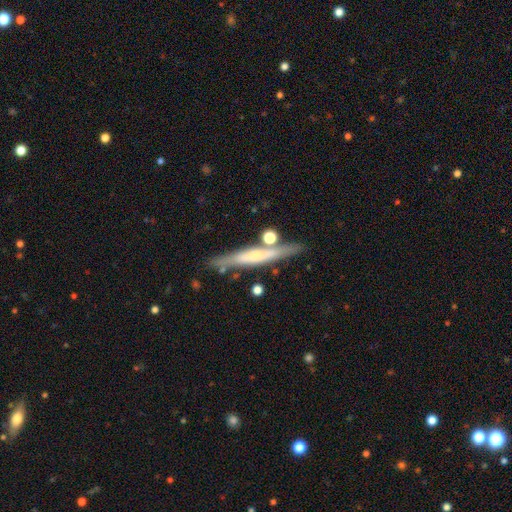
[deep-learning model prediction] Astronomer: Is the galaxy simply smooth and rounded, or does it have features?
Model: featured or disk — 53% (runner-up: smooth, 40%).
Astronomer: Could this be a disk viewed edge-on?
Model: yes — 94%.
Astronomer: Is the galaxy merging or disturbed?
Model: none — 78%.